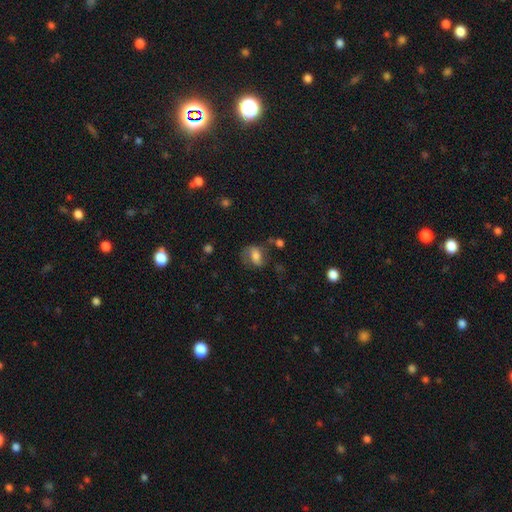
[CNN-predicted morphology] This is possibly a smooth galaxy (55%). How rounded: likely in between (72%). Merging: possibly none (49%).